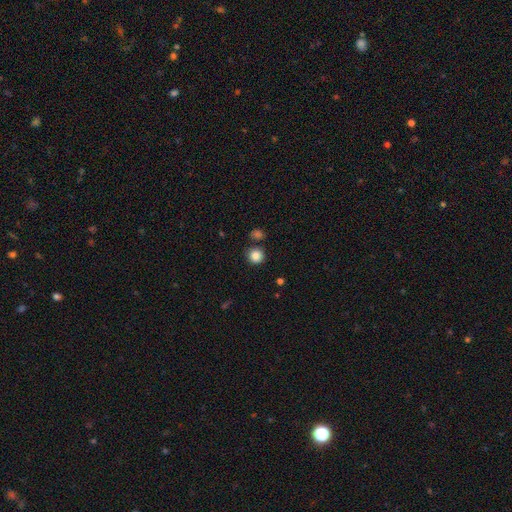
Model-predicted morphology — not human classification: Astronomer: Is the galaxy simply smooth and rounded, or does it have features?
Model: smooth — 86%.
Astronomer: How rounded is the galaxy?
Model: round — 92%.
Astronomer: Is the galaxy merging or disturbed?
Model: none — 81%.